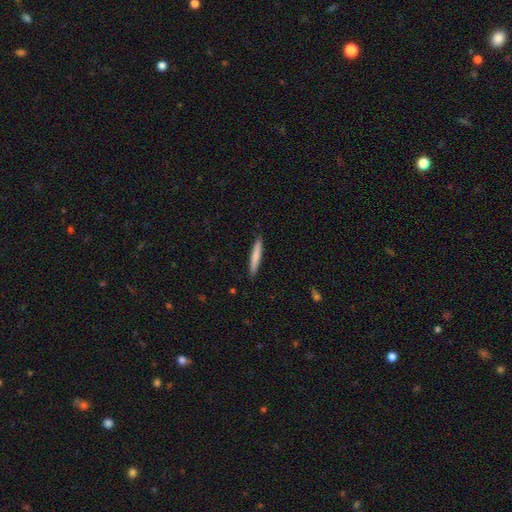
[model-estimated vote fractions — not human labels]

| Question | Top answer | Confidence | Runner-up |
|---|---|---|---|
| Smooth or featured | smooth | 75% | featured or disk (20%) |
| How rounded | cigar-shaped | 95% | in between (4%) |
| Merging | none | 90% | minor disturbance (7%) |